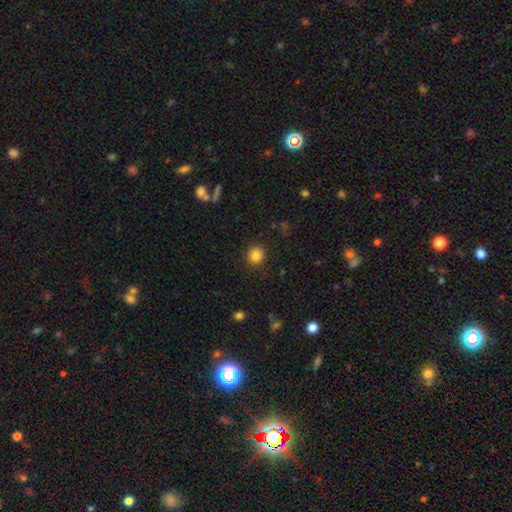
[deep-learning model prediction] smooth-or-featured: smooth: 84% | star or artifact: 11% | featured or disk: 5%
  how-rounded: round: 90% | in between: 9% | cigar-shaped: 1%
  merging: none: 89% | minor disturbance: 7% | major disturbance: 3% | merger: 1%